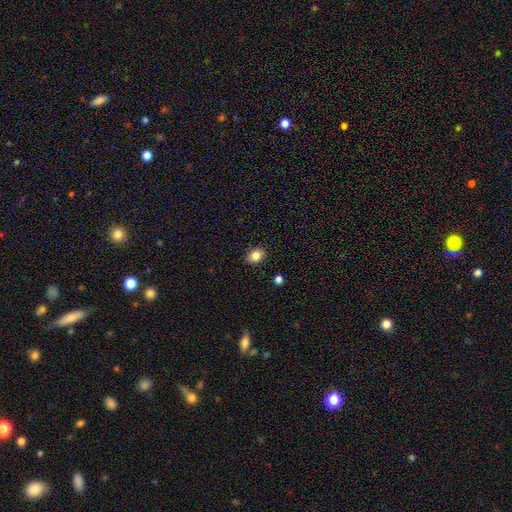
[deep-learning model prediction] Smooth or featured? smooth (85%)
How rounded? in between (62%)
Merging? none (89%)